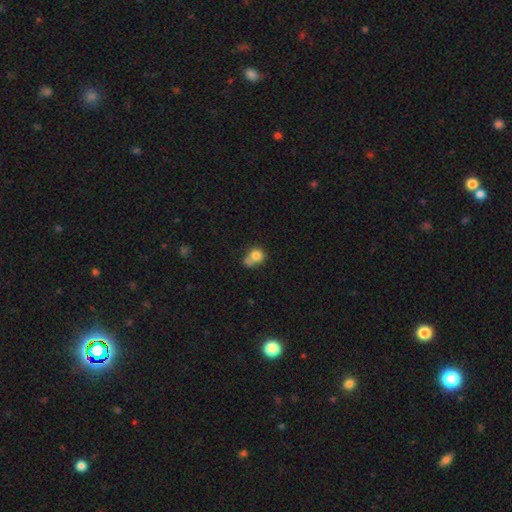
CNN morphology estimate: This appears to be a smooth galaxy with no disk features (79%) that is round (79%). Merging: none (40%).